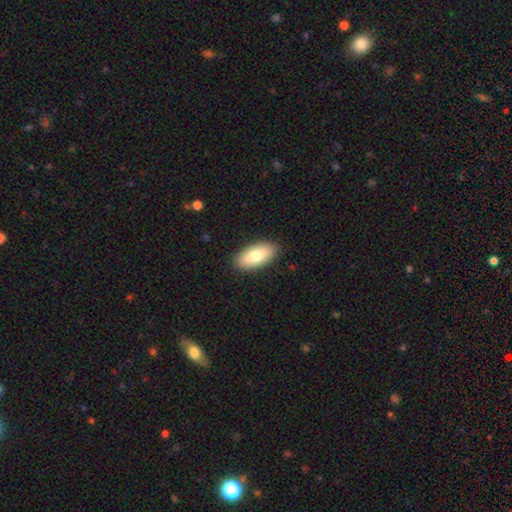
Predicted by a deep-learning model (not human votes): smooth 77%, featured or disk 17%, star or artifact 6%. Down the decision tree: how rounded — in between (89%); merging — none (89%).